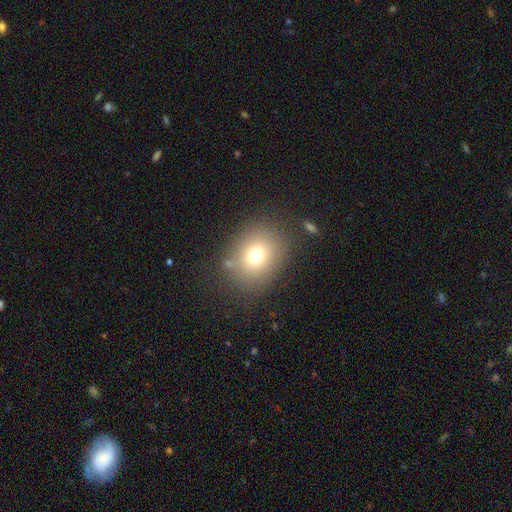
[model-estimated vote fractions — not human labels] The model was most divided on "how rounded": round: 62%, in between: 37%, cigar-shaped: 1%. More confident: merging — none (80%); smooth or featured — smooth (72%).